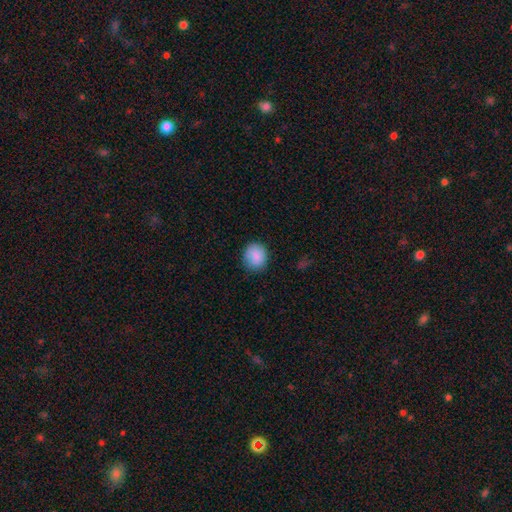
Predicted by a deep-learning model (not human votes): Morphology: type=smooth (88%); roundness=round (75%); merging=none (84%).